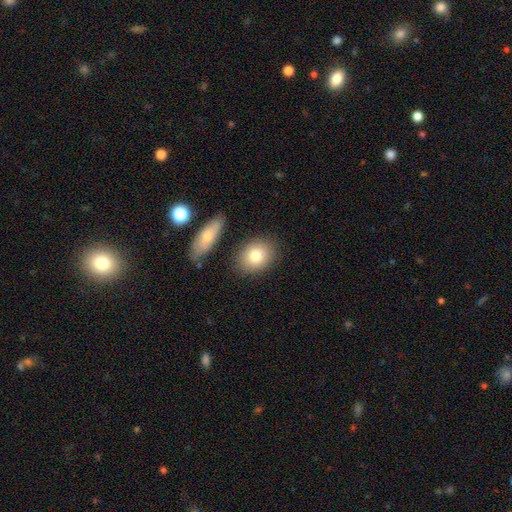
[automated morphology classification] Smooth or featured?
  - smooth: 80% *
  - featured or disk: 12%
  - star or artifact: 8%
How rounded?
  - in between: 51% *
  - round: 47%
  - cigar-shaped: 2%
Merging?
  - none: 81% *
  - minor disturbance: 10%
  - merger: 7%
  - major disturbance: 3%